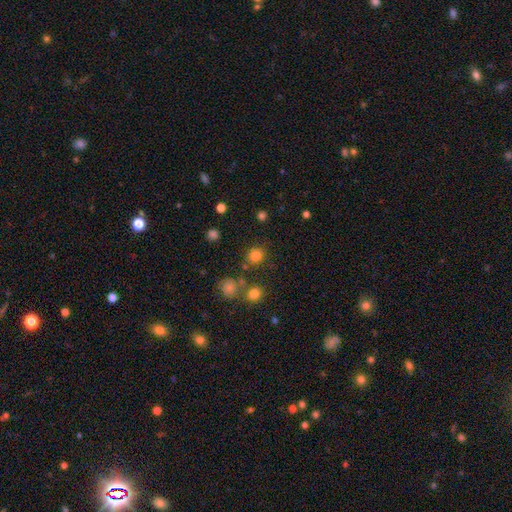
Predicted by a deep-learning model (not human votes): This appears to be a smooth galaxy with no disk features (80%) that is round (84%). Merging: none (83%).